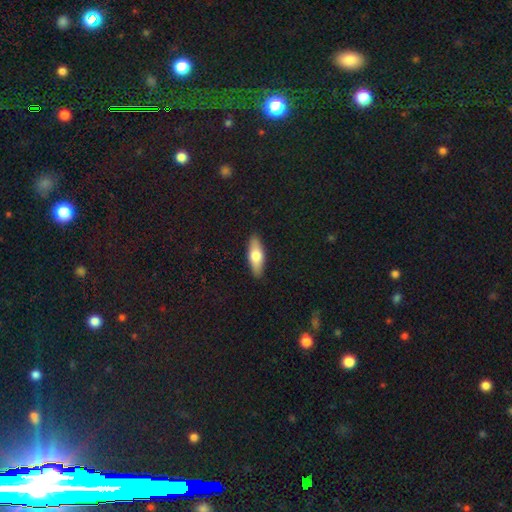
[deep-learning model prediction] The model was most divided on "how rounded": in between: 66%, cigar-shaped: 31%, round: 3%. More confident: merging — none (89%); smooth or featured — smooth (68%).